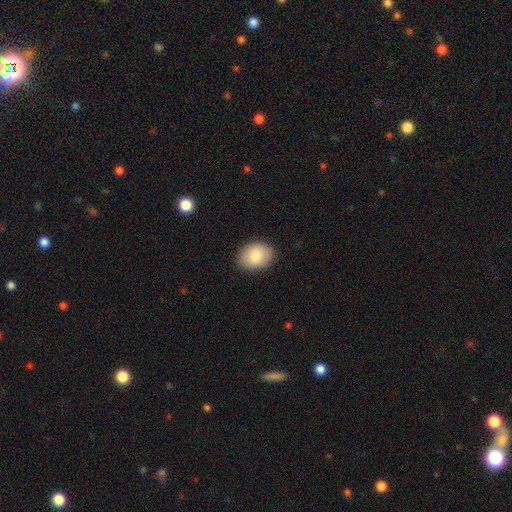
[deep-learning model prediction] A smooth galaxy with no disk features (84%) that is in between round and cigar-shaped (68%).

Vote fractions:
- Smooth or featured? smooth: 84% / featured or disk: 9% / star or artifact: 7%
- How rounded? in between: 68% / round: 31% / cigar-shaped: 1%
- Merging? none: 88% / minor disturbance: 9% / major disturbance: 2% / merger: 1%